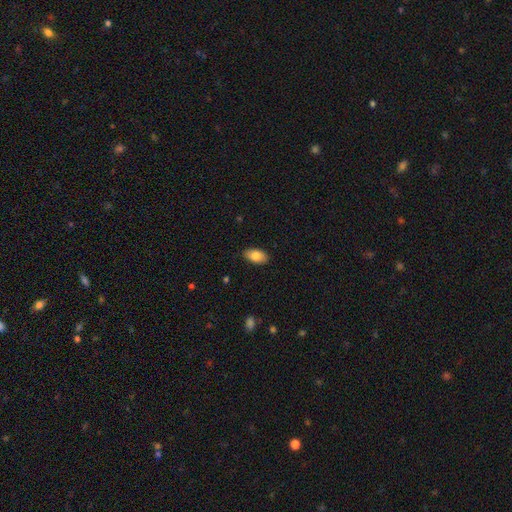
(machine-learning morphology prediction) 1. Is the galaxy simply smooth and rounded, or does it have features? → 84% smooth, 9% featured or disk, 7% star or artifact.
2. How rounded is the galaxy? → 94% in between, 4% round, 2% cigar-shaped.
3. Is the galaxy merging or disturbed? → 86% none, 11% minor disturbance, 2% major disturbance, 1% merger.